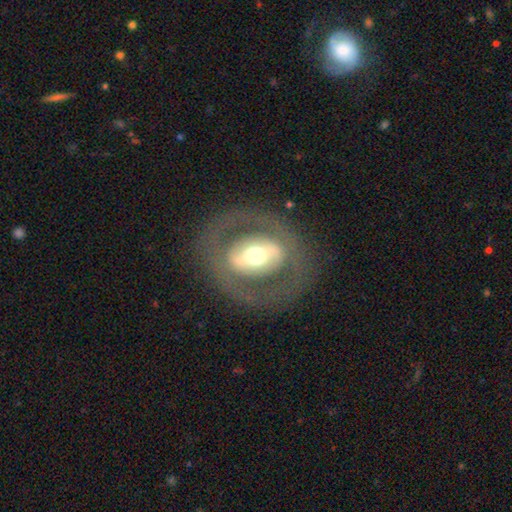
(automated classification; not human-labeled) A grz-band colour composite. It shows a featured or disk galaxy (66%) with a strong bar (46%), no spiral arms (78%) and a moderate central bulge (59%). Merging: none (77%).